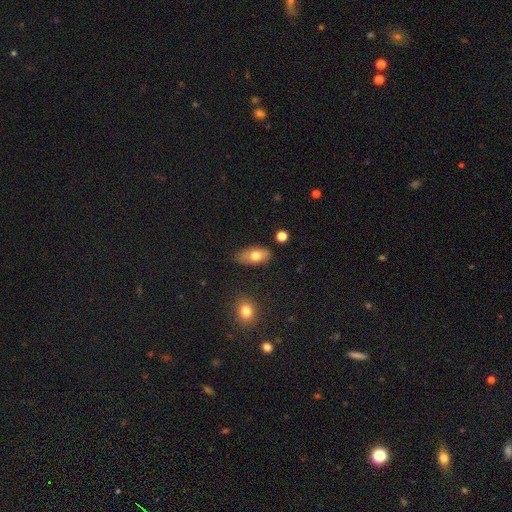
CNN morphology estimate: The model was most divided on "smooth or featured": smooth: 70%, featured or disk: 22%, star or artifact: 8%. More confident: how rounded — in between (85%); merging — none (77%).